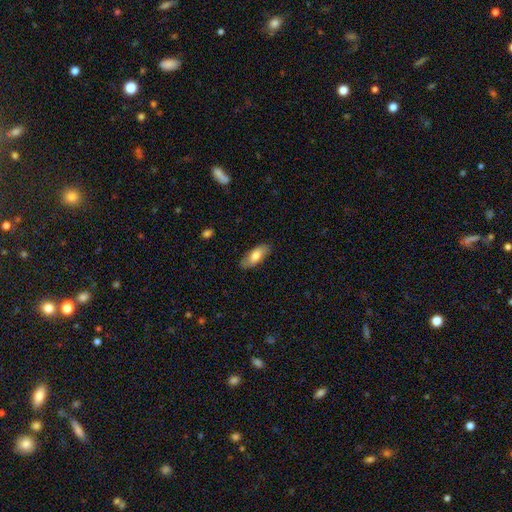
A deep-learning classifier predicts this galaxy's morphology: The model was most divided on "smooth or featured": smooth: 71%, featured or disk: 24%, star or artifact: 6%. More confident: merging — none (84%); how rounded — in between (81%).